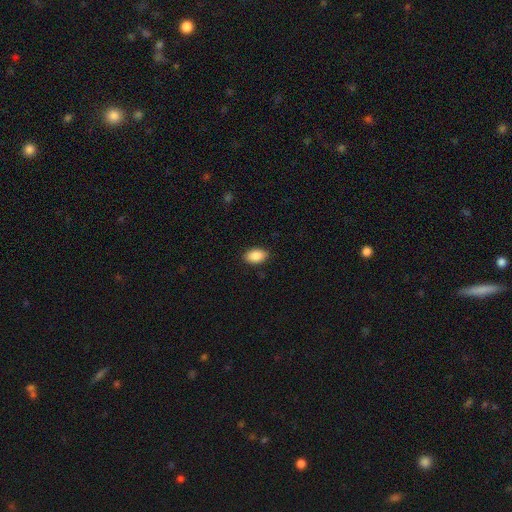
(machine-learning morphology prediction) smooth_or_featured: smooth (p=0.89) [alt: star or artifact p=0.07]
how_rounded: in between (p=0.92) [alt: round p=0.06]
merging: none (p=0.88) [alt: minor disturbance p=0.09]